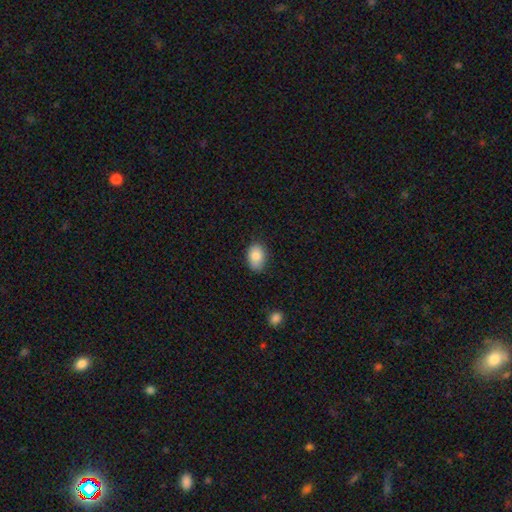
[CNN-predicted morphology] smooth_or_featured: smooth (p=0.83) [alt: featured or disk p=0.09]
how_rounded: in between (p=0.81) [alt: round p=0.18]
merging: none (p=0.79) [alt: minor disturbance p=0.17]